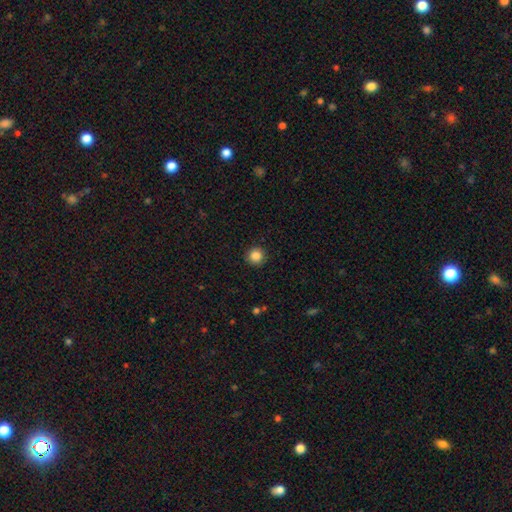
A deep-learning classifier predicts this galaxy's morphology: A smooth galaxy with no disk features (87%) that is round (95%). Merging: none (91%).